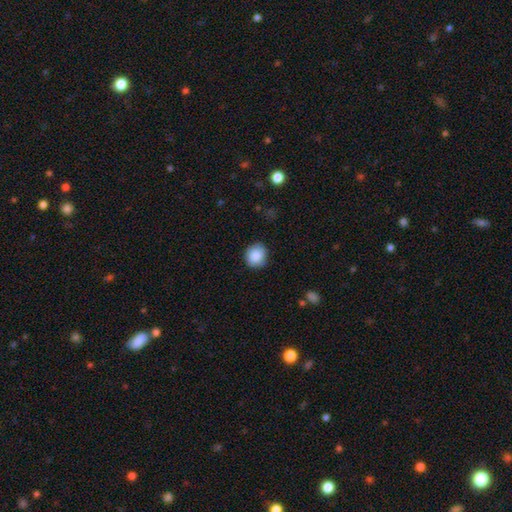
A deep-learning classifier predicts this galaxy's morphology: The model was most divided on "merging": none: 86%, minor disturbance: 11%, major disturbance: 2%, merger: 1%. More confident: how rounded — round (88%); smooth or featured — smooth (87%).